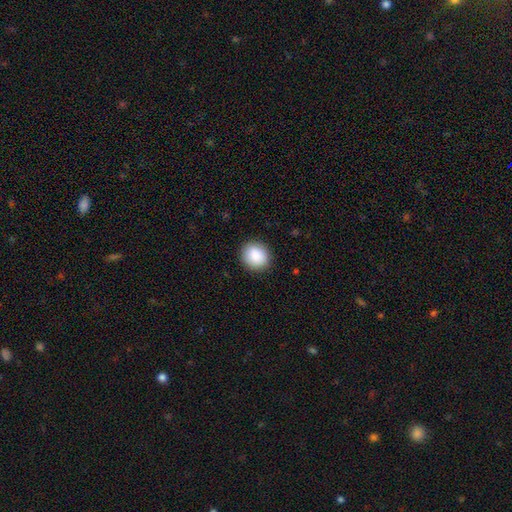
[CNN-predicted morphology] A smooth galaxy with no disk features (89%) that is round (73%). Merging: none (90%).